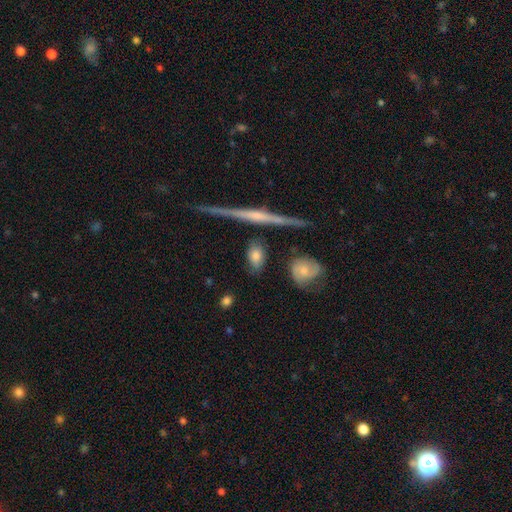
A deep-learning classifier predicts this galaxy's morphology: This appears to be a smooth galaxy with no disk features (75%) that is in between round and cigar-shaped (79%). Merging: none (74%).